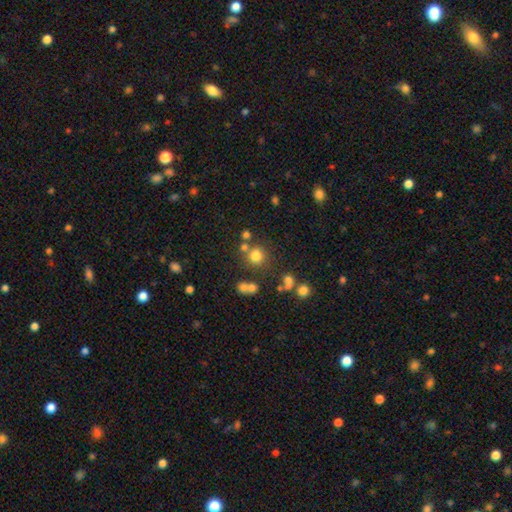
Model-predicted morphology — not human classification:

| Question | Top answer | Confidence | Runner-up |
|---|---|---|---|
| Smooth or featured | smooth | 74% | star or artifact (17%) |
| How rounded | round | 90% | in between (9%) |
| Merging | none | 70% | merger (16%) |